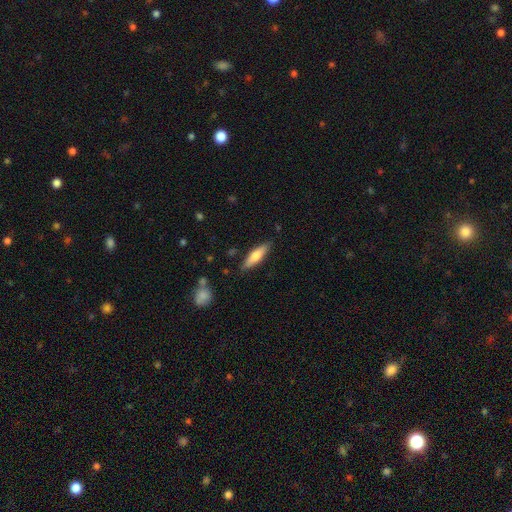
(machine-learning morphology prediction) Smooth or featured: smooth — 70% (featured or disk — 25%)
How rounded: cigar-shaped — 64% (in between — 34%)
Merging: none — 85% (minor disturbance — 11%)